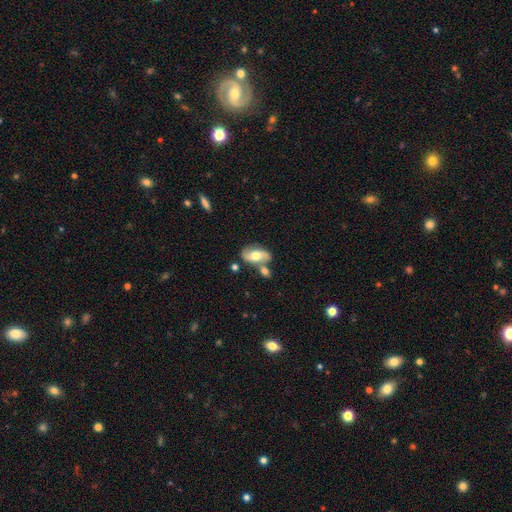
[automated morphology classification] Overall: featured or disk (59%; smooth 34%). Edge-on disk: no (93%). Bar: no (61%; weak 28%). Spiral arms: yes (81%). Bulge size: moderate (71%). Merging: none (56%; merger 23%).